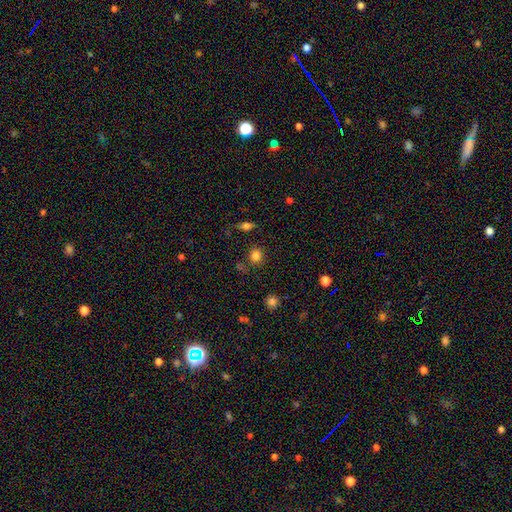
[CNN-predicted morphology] smooth 81%, star or artifact 14%, featured or disk 5%. Down the decision tree: how rounded — round (83%); merging — none (80%).